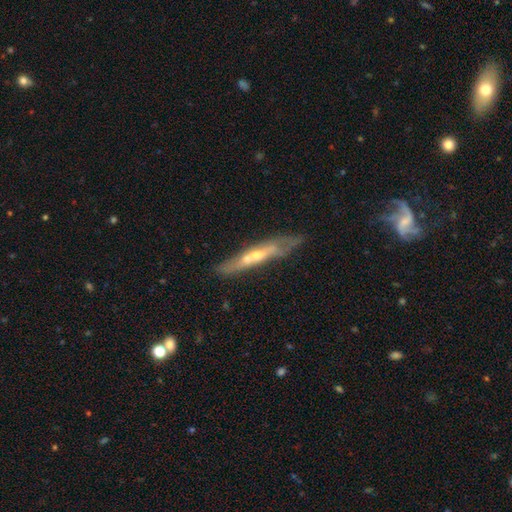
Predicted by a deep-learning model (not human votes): Smooth or featured? featured or disk (64%)
Edge-on disk? yes (69%)
Merging? none (49%)